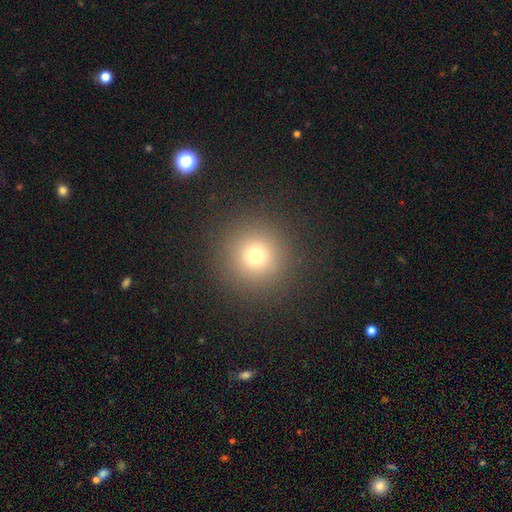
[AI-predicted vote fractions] Smooth or featured? smooth (74%)
How rounded? round (95%)
Merging? none (91%)